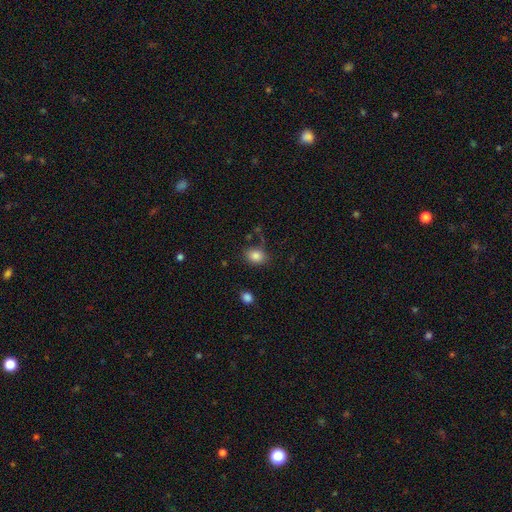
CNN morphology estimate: smooth 85%, star or artifact 10%, featured or disk 6%. Down the decision tree: how rounded — in between (61%); merging — none (78%).